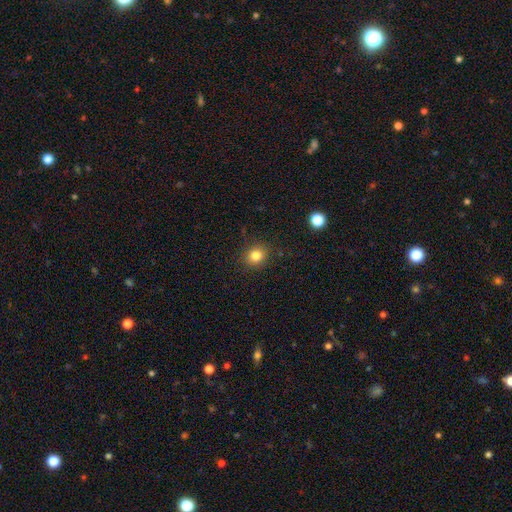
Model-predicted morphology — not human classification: type=smooth (83%); roundness=round (79%); merging=none (89%).